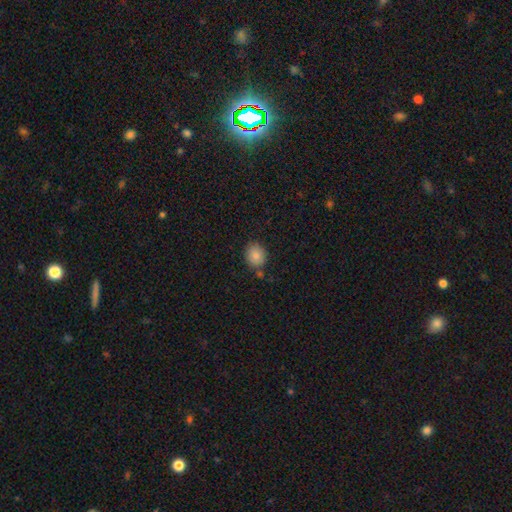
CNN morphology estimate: Overall: smooth (85%). How rounded: round (66%; in between 33%). Merging: none (77%).